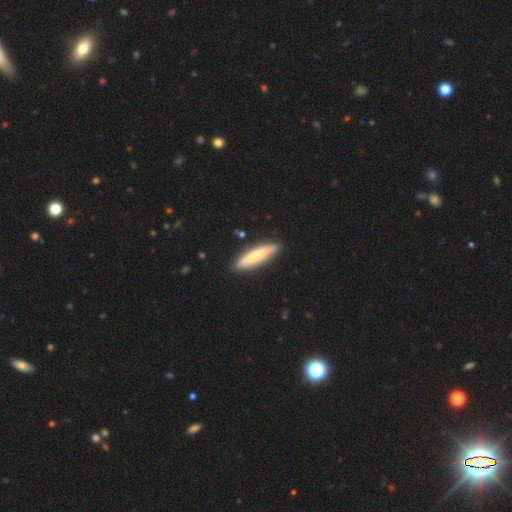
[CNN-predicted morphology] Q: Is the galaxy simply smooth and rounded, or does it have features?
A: smooth — 64%.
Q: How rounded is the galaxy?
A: cigar-shaped — 80%.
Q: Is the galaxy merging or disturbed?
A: none — 88%.